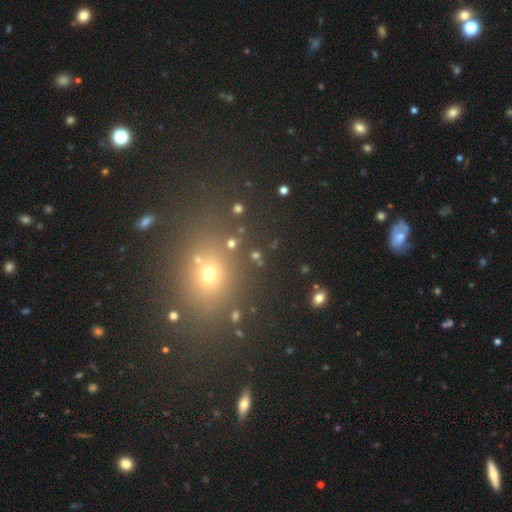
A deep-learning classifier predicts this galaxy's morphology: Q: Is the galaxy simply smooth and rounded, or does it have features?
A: smooth — 54%.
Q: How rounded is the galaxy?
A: round — 50%.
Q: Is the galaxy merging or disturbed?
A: none — 80%.